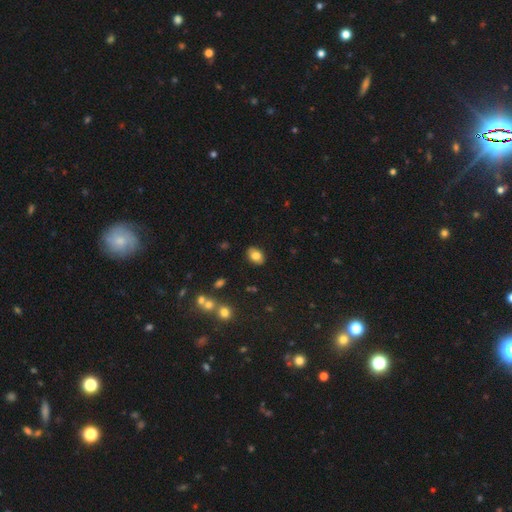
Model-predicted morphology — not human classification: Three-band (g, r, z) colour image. It shows a smooth galaxy with no disk features (80%) that is in between round and cigar-shaped (83%). Merging: none (87%).